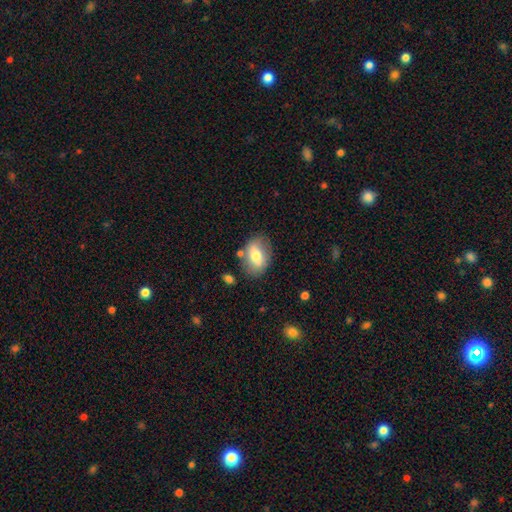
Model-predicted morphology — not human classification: This appears to be a smooth galaxy with no disk features (63%) that is in between round and cigar-shaped (79%). Merging: none (75%).